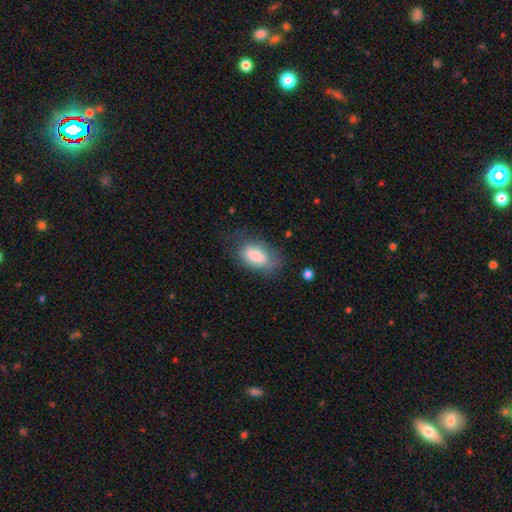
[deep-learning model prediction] smooth-or-featured: smooth: 81% | featured or disk: 12% | star or artifact: 7%
  how-rounded: in between: 92% | round: 5% | cigar-shaped: 3%
  merging: none: 60% | minor disturbance: 26% | major disturbance: 12% | merger: 2%